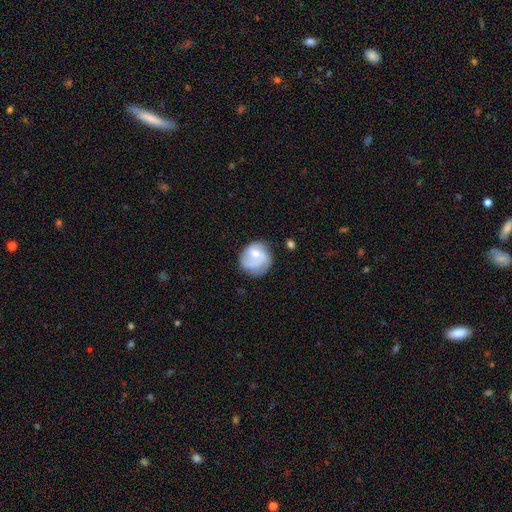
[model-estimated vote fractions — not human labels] Smooth or featured? Predicted: featured or disk (p=0.52). Edge-on disk? Predicted: no (p=0.98). Bar? Predicted: no (p=0.59). Spiral arms? Predicted: yes (p=0.73). Bulge size? Predicted: moderate (p=0.46). Merging? Predicted: none (p=0.56).